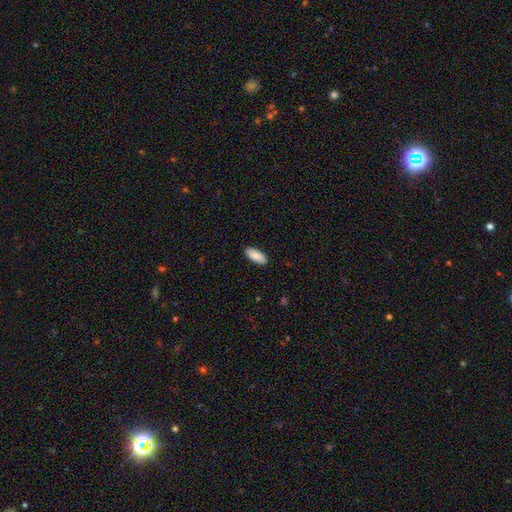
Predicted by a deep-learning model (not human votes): A smooth galaxy with no disk features (89%) that is in between round and cigar-shaped (81%).

Vote fractions:
- Smooth or featured? smooth: 89% / star or artifact: 6% / featured or disk: 5%
- How rounded? in between: 81% / cigar-shaped: 17% / round: 2%
- Merging? none: 90% / minor disturbance: 7% / major disturbance: 2% / merger: 1%